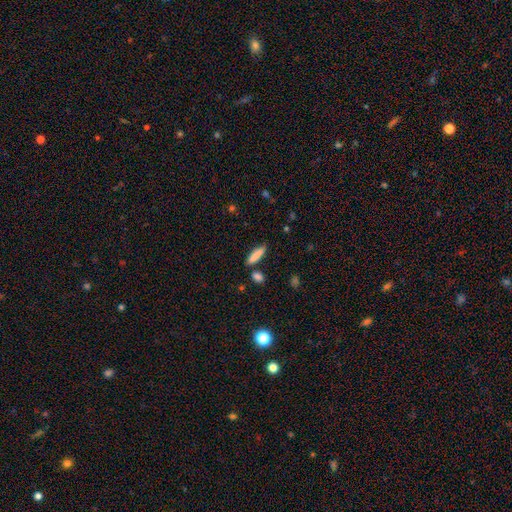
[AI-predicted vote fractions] A smooth galaxy with no disk features (85%) that is cigar-shaped (73%).

Vote fractions:
- Smooth or featured? smooth: 85% / featured or disk: 8% / star or artifact: 7%
- How rounded? cigar-shaped: 73% / in between: 25% / round: 2%
- Merging? none: 80% / minor disturbance: 11% / merger: 7% / major disturbance: 3%